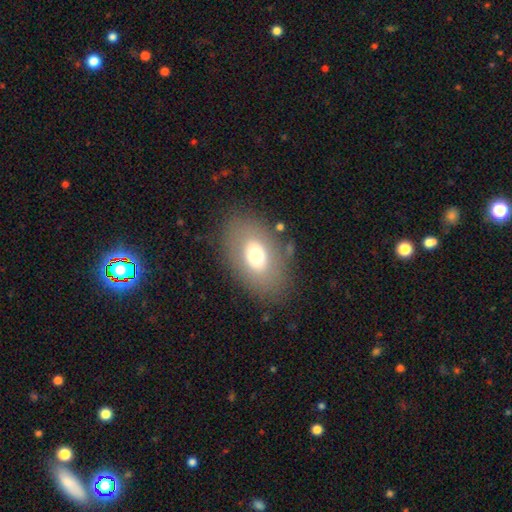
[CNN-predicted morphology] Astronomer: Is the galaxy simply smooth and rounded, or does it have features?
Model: smooth — 65%.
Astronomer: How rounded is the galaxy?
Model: in between — 84%.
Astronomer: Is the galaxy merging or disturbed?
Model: none — 80%.